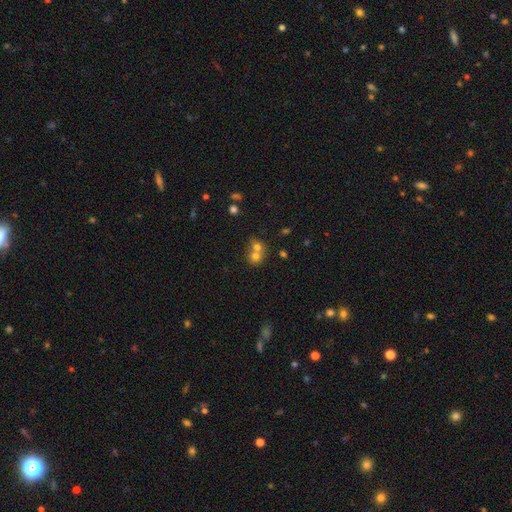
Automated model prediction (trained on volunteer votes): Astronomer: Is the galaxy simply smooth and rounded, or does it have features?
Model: smooth — 69%.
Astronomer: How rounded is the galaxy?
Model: round — 76%.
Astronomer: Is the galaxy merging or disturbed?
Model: merger — 62%.